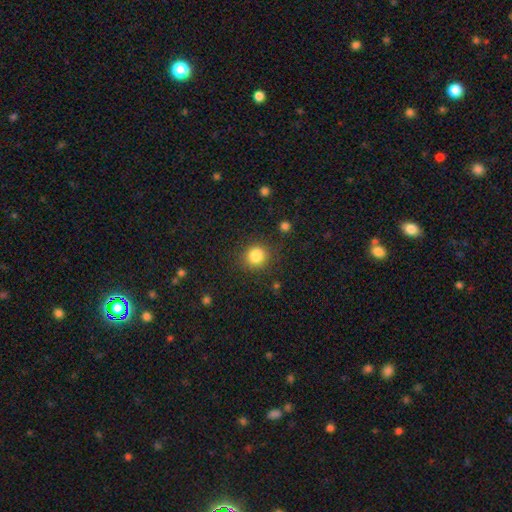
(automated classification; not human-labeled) The model was most divided on "smooth or featured": smooth: 85%, star or artifact: 11%, featured or disk: 5%. More confident: how rounded — round (87%); merging — none (85%).